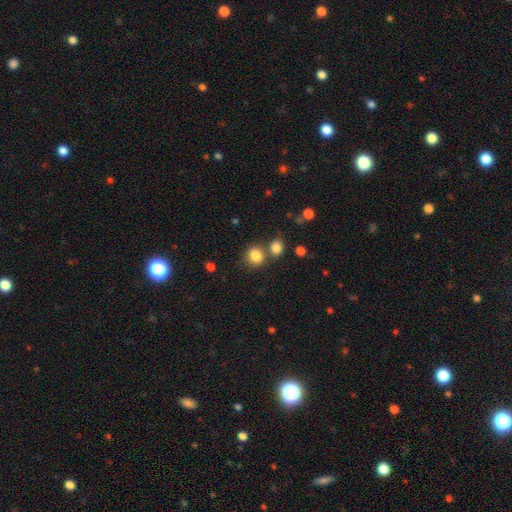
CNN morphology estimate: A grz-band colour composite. It shows a smooth galaxy with no disk features (84%) that is round (73%). Merging: none (62%).